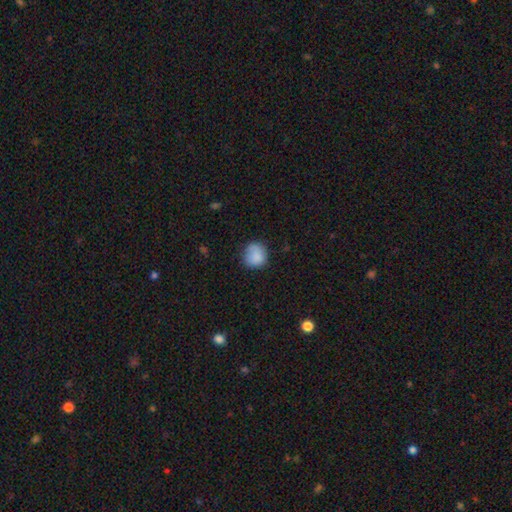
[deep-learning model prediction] Smooth or featured? Predicted: smooth (p=0.85). How rounded? Predicted: round (p=0.85). Merging? Predicted: none (p=0.71).